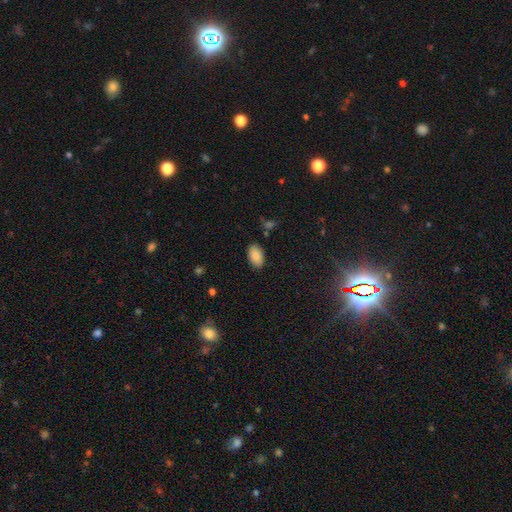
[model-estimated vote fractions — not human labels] A smooth galaxy with no disk features (88%) that is in between round and cigar-shaped (94%).

Vote fractions:
- Smooth or featured? smooth: 88% / star or artifact: 7% / featured or disk: 4%
- How rounded? in between: 94% / round: 5% / cigar-shaped: 1%
- Merging? none: 87% / minor disturbance: 9% / major disturbance: 2% / merger: 2%